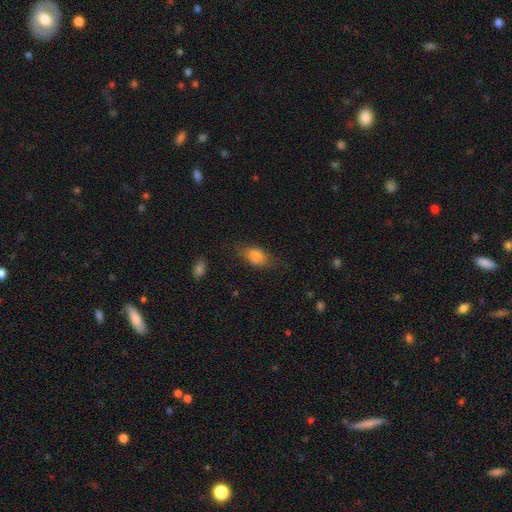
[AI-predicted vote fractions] Smooth or featured? Predicted: smooth (p=0.81). How rounded? Predicted: in between (p=0.84). Merging? Predicted: none (p=0.66).